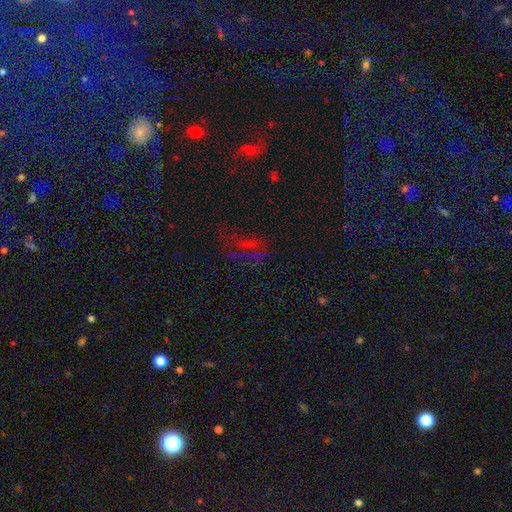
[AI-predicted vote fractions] Smooth or featured? Predicted: star or artifact (p=0.68).